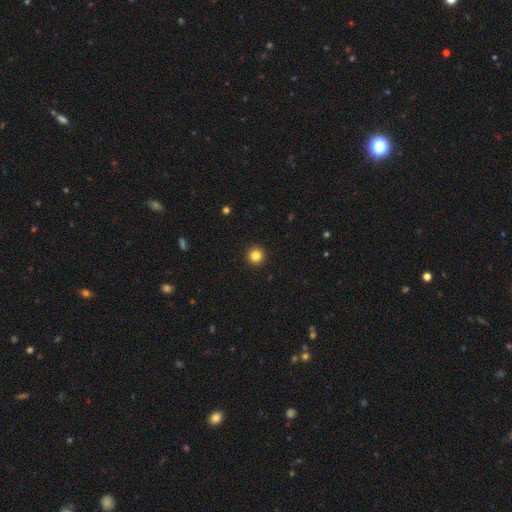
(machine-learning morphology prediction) Overall: smooth (84%). How rounded: round (96%). Merging: none (94%).